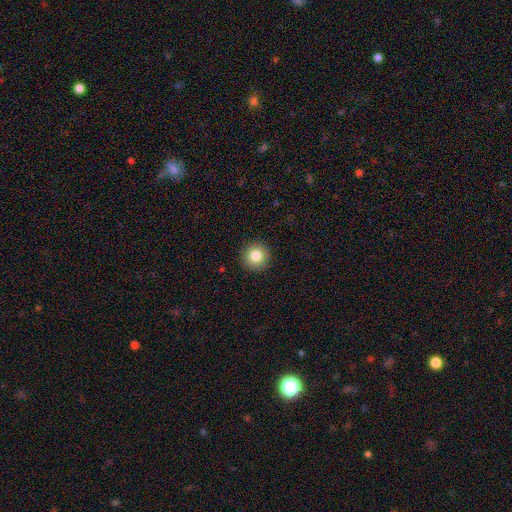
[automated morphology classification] type=smooth (82%); roundness=round (96%); merging=none (93%).